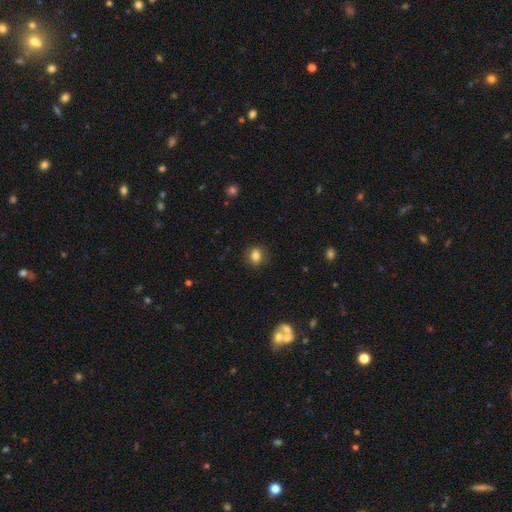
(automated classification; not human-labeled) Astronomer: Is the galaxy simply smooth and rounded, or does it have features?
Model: smooth — 82%.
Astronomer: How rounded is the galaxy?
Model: round — 69%.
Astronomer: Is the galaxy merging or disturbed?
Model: none — 88%.